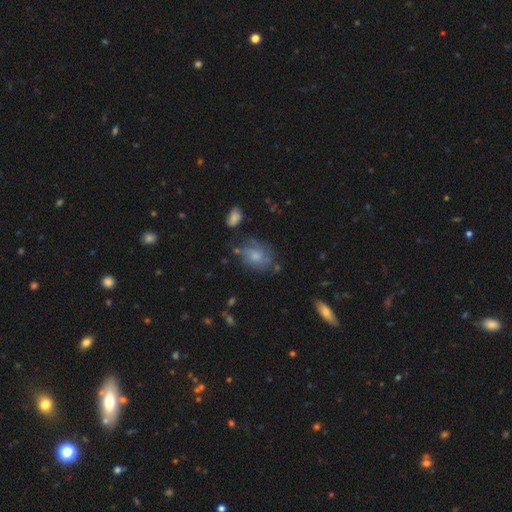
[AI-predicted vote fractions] Smooth or featured? smooth (52%)
How rounded? in between (62%)
Merging? none (55%)